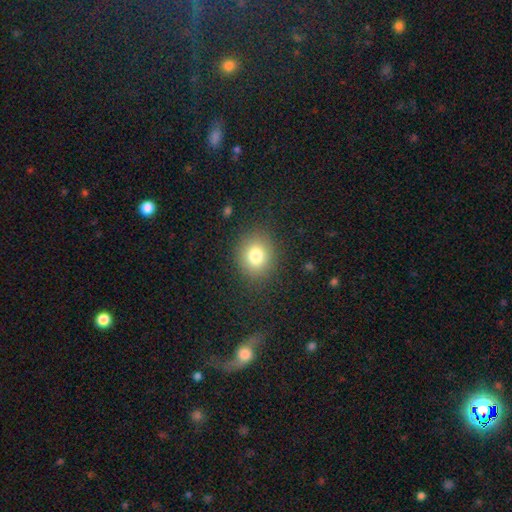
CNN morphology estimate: Smooth or featured? smooth (79%)
How rounded? round (68%)
Merging? none (86%)